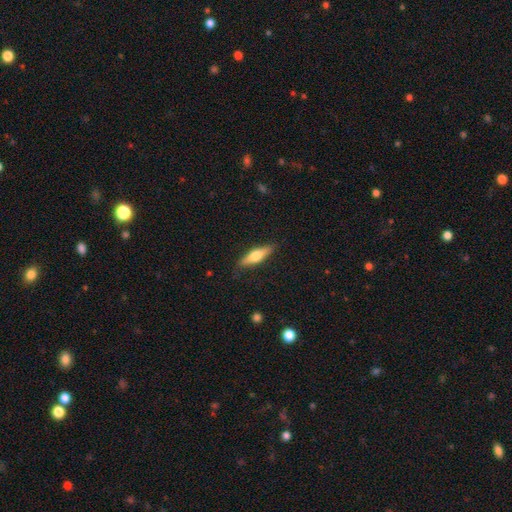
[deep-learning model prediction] Morphology: type=smooth (54%); roundness=cigar-shaped (65%); merging=none (86%).